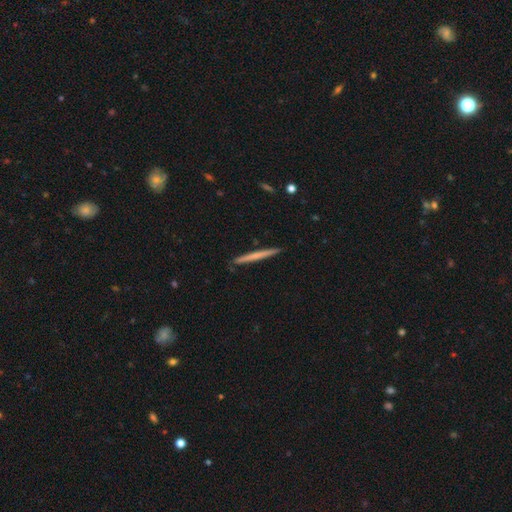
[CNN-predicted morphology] Smooth or featured?
  - smooth: 54% *
  - featured or disk: 40%
  - star or artifact: 5%
How rounded?
  - cigar-shaped: 97% *
  - in between: 2%
  - round: 1%
Merging?
  - none: 92% *
  - minor disturbance: 6%
  - major disturbance: 1%
  - merger: 1%